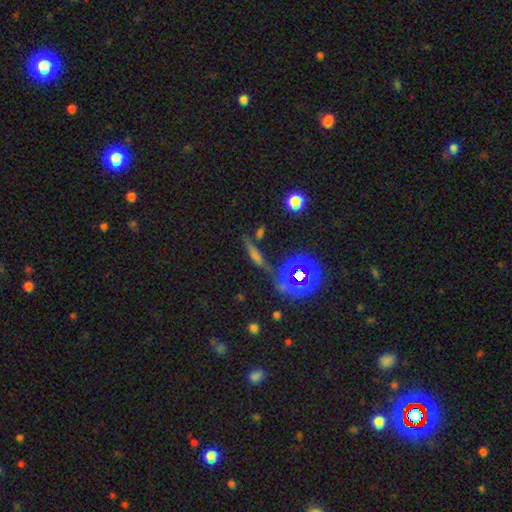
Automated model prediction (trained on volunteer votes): Smooth or featured? Predicted: smooth (p=0.38). Merging? Predicted: none (p=0.70).